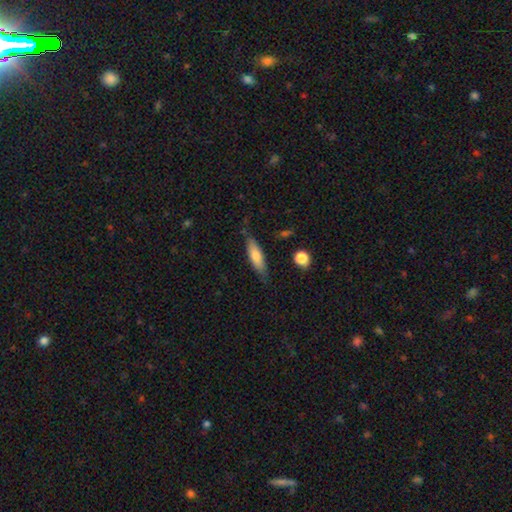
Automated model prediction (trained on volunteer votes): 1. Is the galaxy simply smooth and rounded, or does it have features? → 69% smooth, 24% featured or disk, 6% star or artifact.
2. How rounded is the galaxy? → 60% cigar-shaped, 38% in between, 2% round.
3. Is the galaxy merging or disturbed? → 73% none, 20% minor disturbance, 4% major disturbance, 3% merger.